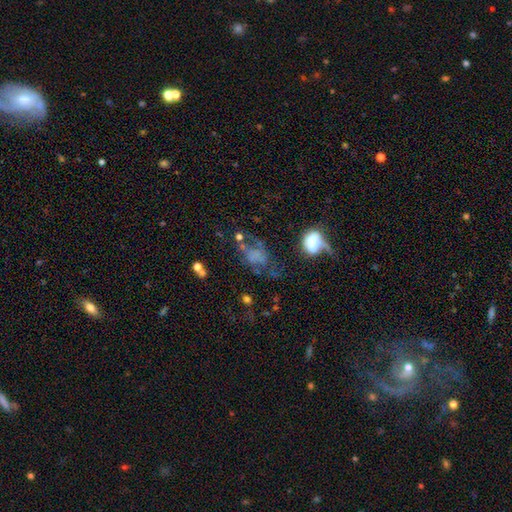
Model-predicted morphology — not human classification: The model was most divided on "merging" (2-way tie): major disturbance: 34%, none: 34%, minor disturbance: 19%, merger: 13%. Remaining: smooth or featured — smooth (41%).